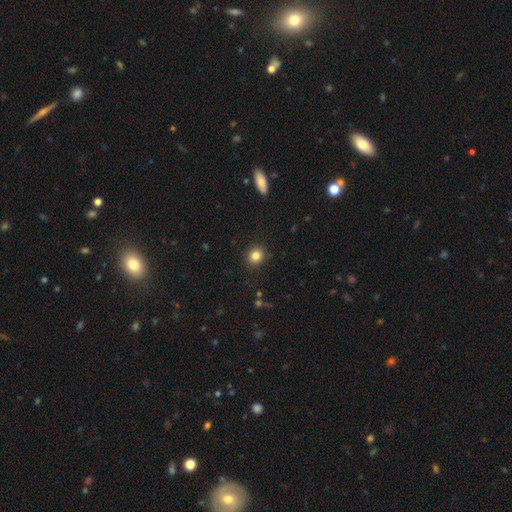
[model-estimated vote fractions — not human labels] smooth 84%, star or artifact 11%, featured or disk 5%. Down the decision tree: how rounded — round (84%); merging — none (89%).